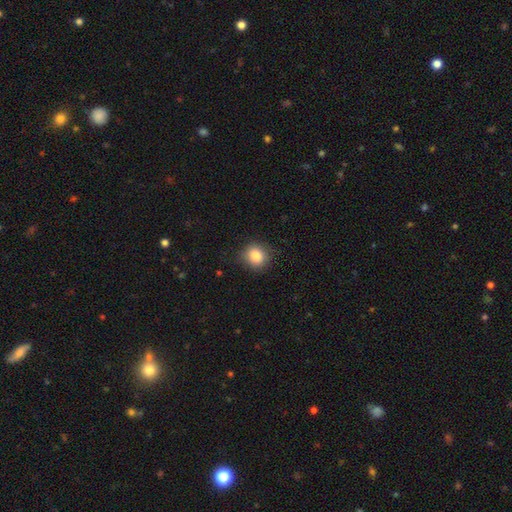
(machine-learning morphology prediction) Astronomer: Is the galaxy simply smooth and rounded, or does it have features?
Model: smooth — 85%.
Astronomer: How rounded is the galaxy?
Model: round — 74%.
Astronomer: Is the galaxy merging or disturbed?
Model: none — 83%.